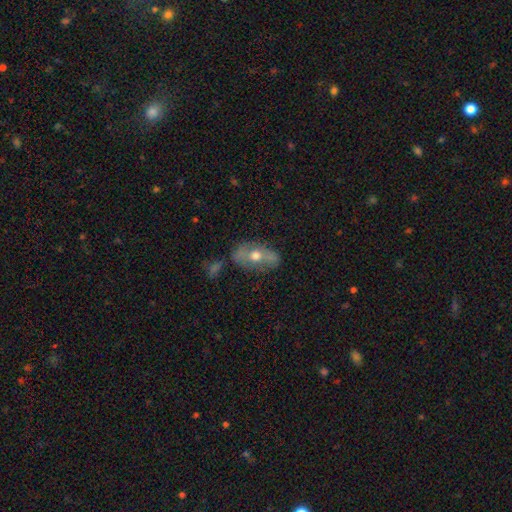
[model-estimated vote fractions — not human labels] Morphology: type=featured or disk (50%); edge-on=no (79%); merging=none (59%).